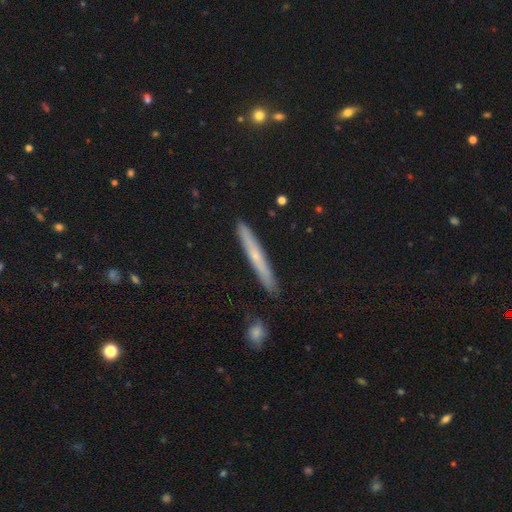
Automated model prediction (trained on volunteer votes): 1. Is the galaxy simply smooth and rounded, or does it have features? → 49% smooth, 45% featured or disk, 7% star or artifact.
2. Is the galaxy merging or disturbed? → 90% none, 7% minor disturbance, 2% merger, 1% major disturbance.